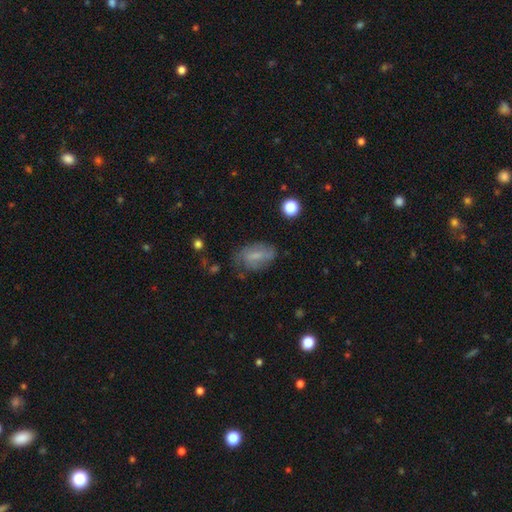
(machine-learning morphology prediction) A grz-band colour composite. It shows a smooth galaxy with no disk features (53%) that is in between round and cigar-shaped (87%). Merging: none (59%).